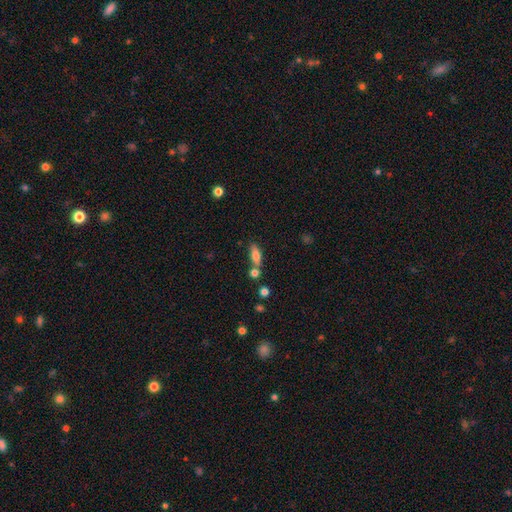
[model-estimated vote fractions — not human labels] smooth-or-featured: smooth: 73% | featured or disk: 18% | star or artifact: 9%
  how-rounded: in between: 58% | cigar-shaped: 38% | round: 4%
  merging: none: 58% | merger: 24% | minor disturbance: 14% | major disturbance: 5%